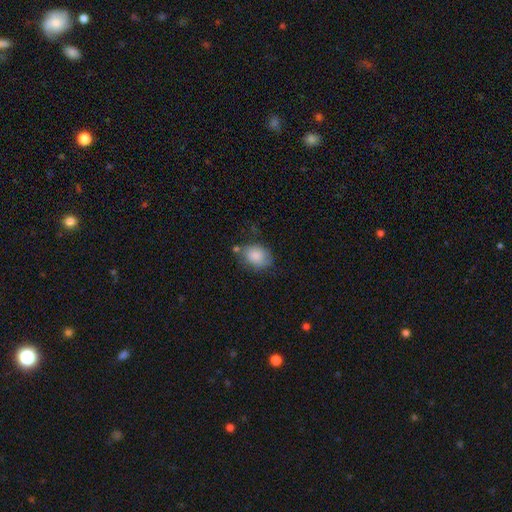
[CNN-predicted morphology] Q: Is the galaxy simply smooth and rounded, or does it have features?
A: smooth — 84%.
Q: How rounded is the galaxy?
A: in between — 65%.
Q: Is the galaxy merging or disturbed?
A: none — 63%.